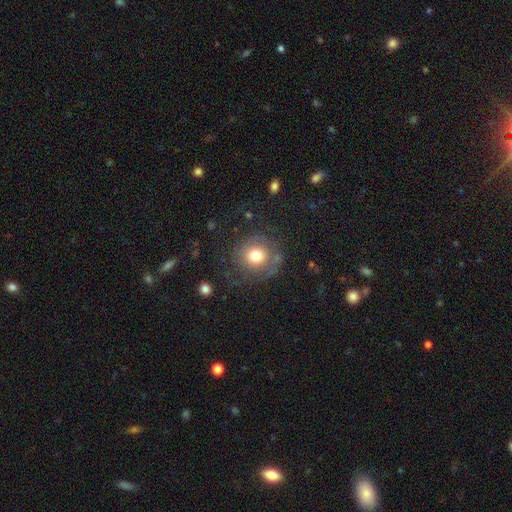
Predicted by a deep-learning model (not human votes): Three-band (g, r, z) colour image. It shows a smooth galaxy with no disk features (68%) that is round (87%). Merging: none (68%).